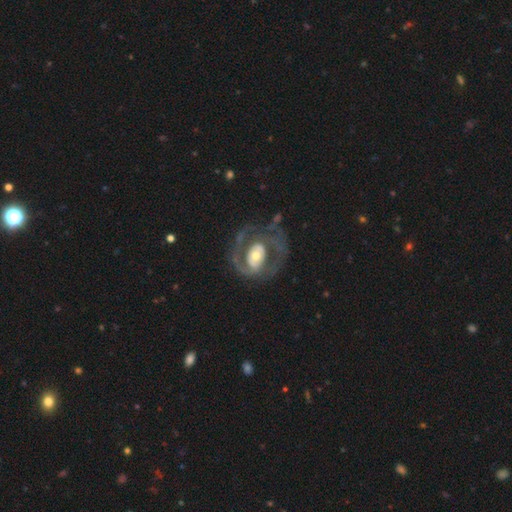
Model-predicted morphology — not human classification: Smooth or featured?
  - featured or disk: 79% *
  - smooth: 15%
  - star or artifact: 5%
Edge-on disk?
  - no: 97% *
  - yes: 3%
Bar?
  - no: 53% *
  - weak: 29%
  - strong: 17%
Spiral arms?
  - yes: 74% *
  - no: 26%
Spiral winding?
  - medium: 44% *
  - tight: 37%
  - loose: 19%
Spiral arm count?
  - 2: 63% *
  - can't tell: 15%
  - 1: 13%
  - 3: 5%
  - 4: 2%
  - more than 4: 2%
Bulge size?
  - moderate: 55% *
  - small: 27%
  - large: 14%
  - dominant: 2%
  - none: 2%
Merging?
  - none: 53% *
  - major disturbance: 27%
  - minor disturbance: 17%
  - merger: 3%